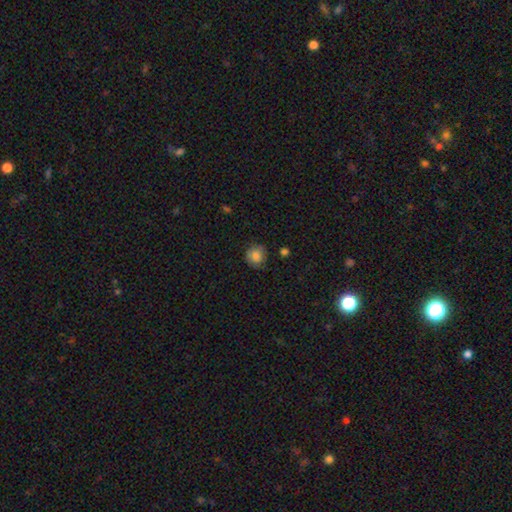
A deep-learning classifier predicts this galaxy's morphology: Smooth or featured? Predicted: smooth (p=0.83). How rounded? Predicted: round (p=0.88). Merging? Predicted: none (p=0.78).